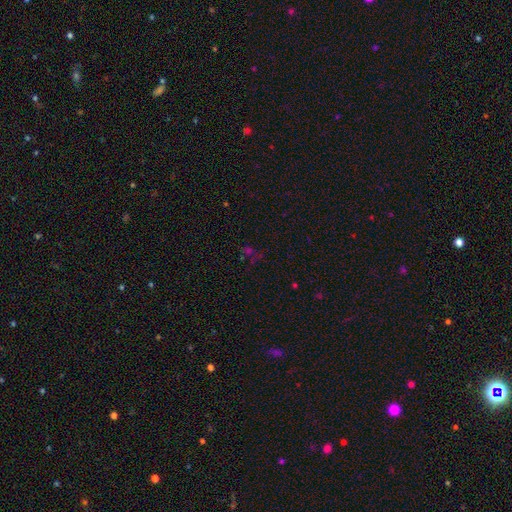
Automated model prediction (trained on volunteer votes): Smooth or featured?
  - star or artifact: 56% *
  - smooth: 34%
  - featured or disk: 11%